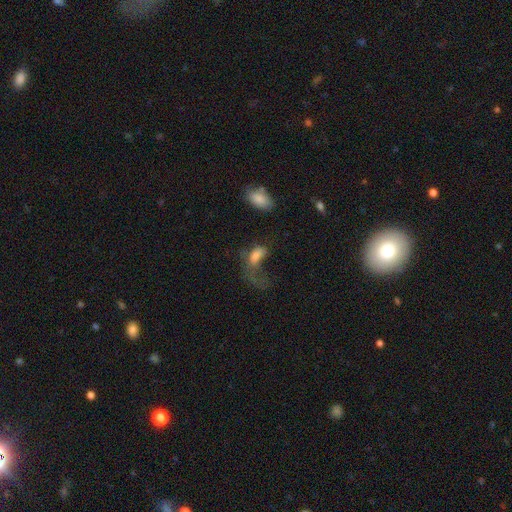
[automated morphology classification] This is likely a smooth galaxy (64%). How rounded: clearly in between (85%). Merging: likely major disturbance (63%).